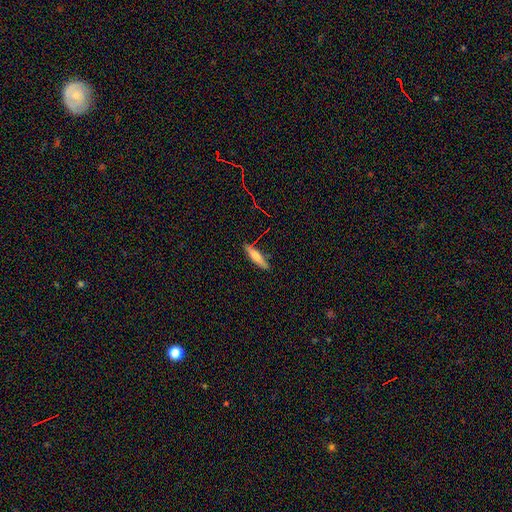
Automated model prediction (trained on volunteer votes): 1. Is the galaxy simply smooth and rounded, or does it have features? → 68% smooth, 24% featured or disk, 7% star or artifact.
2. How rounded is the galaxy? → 74% cigar-shaped, 24% in between, 2% round.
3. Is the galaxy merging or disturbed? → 82% none, 13% minor disturbance, 3% major disturbance, 2% merger.